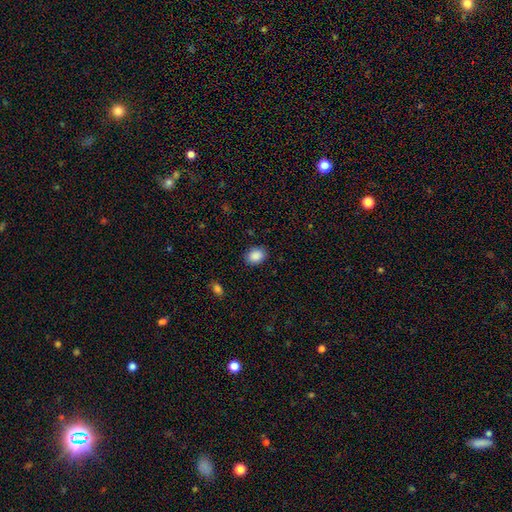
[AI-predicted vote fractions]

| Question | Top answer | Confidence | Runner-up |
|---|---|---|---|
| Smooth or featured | smooth | 89% | star or artifact (8%) |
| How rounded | in between | 63% | round (36%) |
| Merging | none | 87% | minor disturbance (9%) |